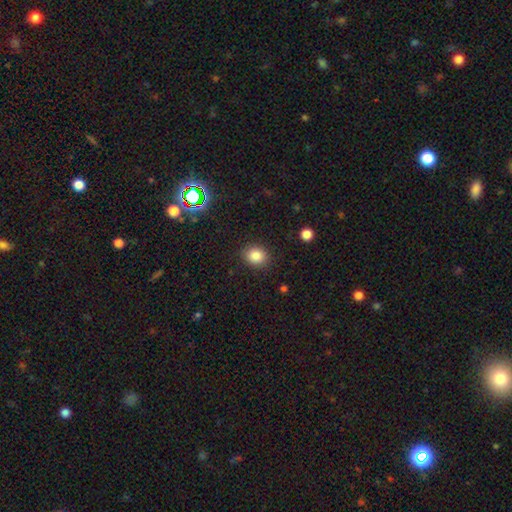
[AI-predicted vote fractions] Morphology: type=smooth (84%); roundness=round (66%); merging=none (88%).